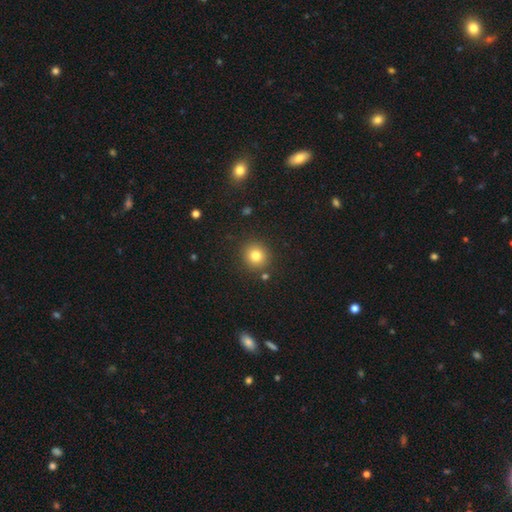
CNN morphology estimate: A smooth galaxy with no disk features (80%) that is round (91%). Merging: none (87%).